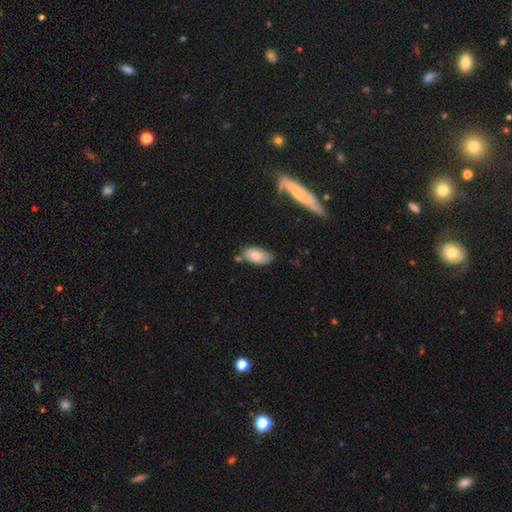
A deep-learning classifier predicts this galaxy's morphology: type=smooth (79%); roundness=in between (93%); merging=none (65%).